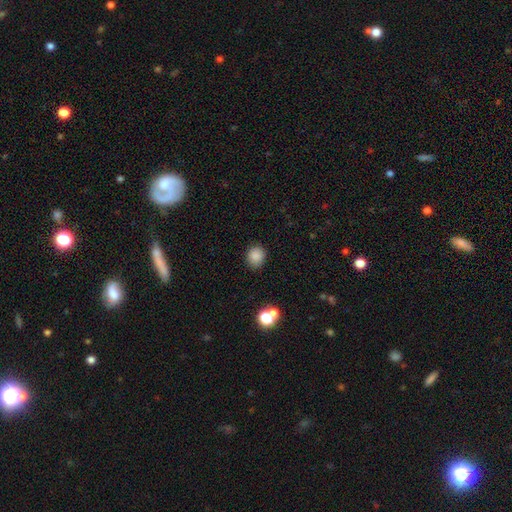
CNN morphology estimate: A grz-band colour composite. It shows a smooth galaxy with no disk features (85%) that is round (73%). Merging: none (86%).